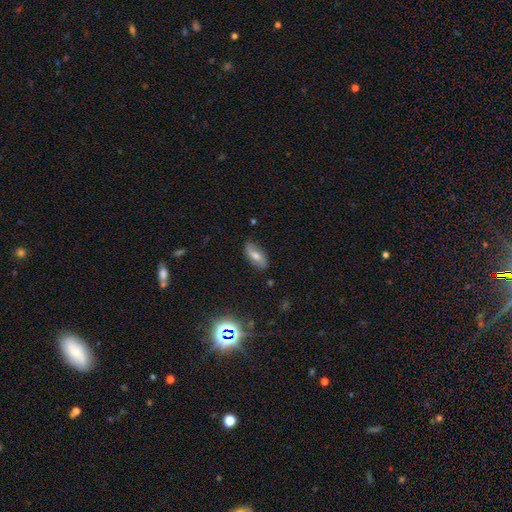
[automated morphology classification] smooth 56%, featured or disk 36%, star or artifact 9%. Down the decision tree: how rounded — in between (82%); merging — none (82%).